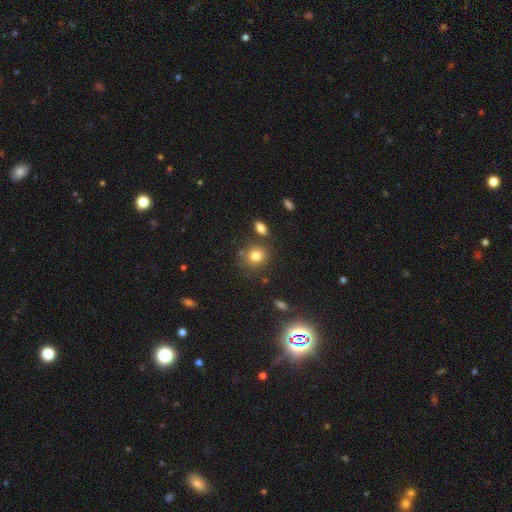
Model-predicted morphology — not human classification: This is likely a smooth galaxy (79%). How rounded: likely round (75%). Merging: likely none (74%).